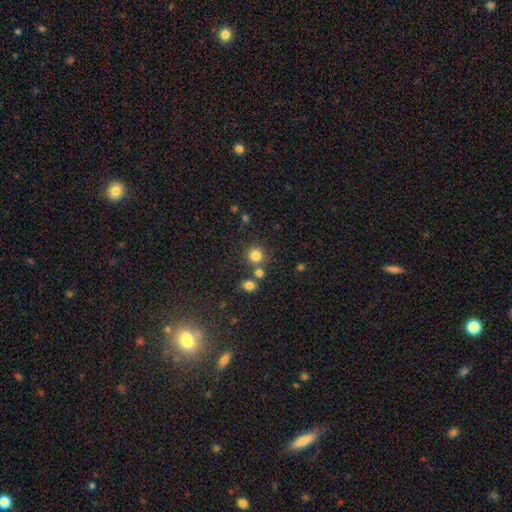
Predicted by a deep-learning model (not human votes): A smooth galaxy with no disk features (80%) that is round (92%). Merging: none (74%).